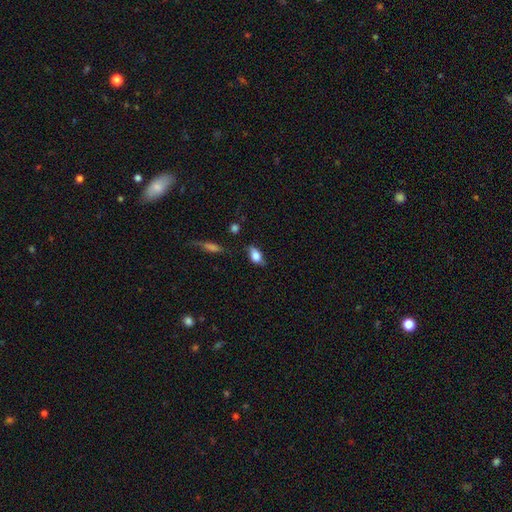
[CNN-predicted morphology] smooth_or_featured: smooth (p=0.76) [alt: featured or disk p=0.16]
how_rounded: in between (p=0.86) [alt: round p=0.08]
merging: none (p=0.66) [alt: minor disturbance p=0.24]